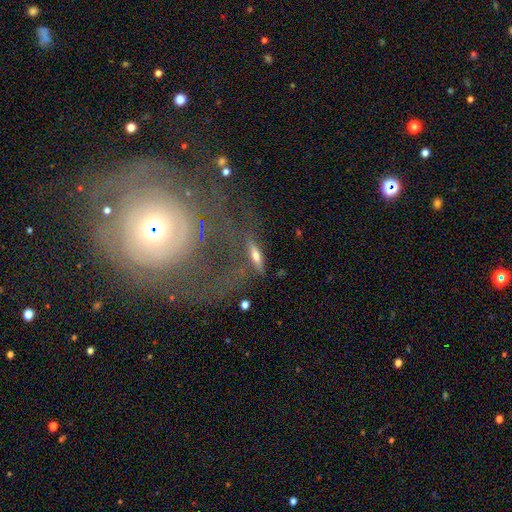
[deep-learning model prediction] Overall: smooth (45%; featured or disk 43%). Merging: none (72%).